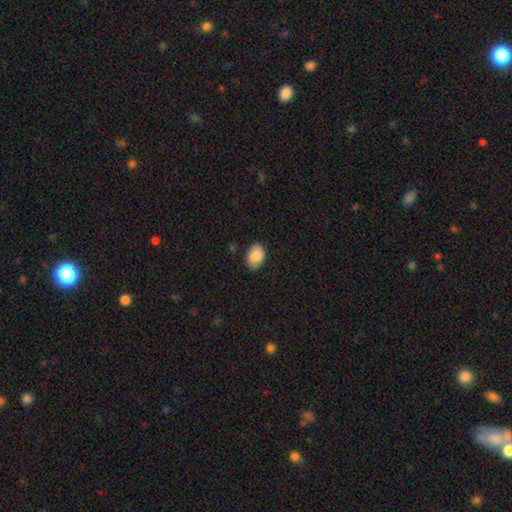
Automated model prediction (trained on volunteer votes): This appears to be a smooth galaxy with no disk features (88%) that is in between round and cigar-shaped (86%). Merging: none (85%).